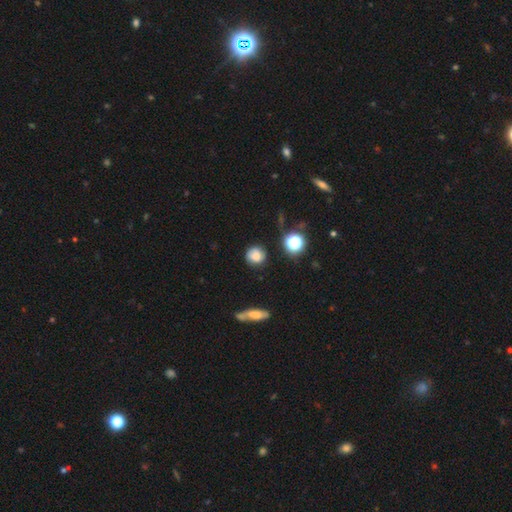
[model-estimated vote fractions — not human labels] Smooth or featured?
  - smooth: 76% *
  - star or artifact: 13%
  - featured or disk: 11%
How rounded?
  - round: 85% *
  - in between: 13%
  - cigar-shaped: 1%
Merging?
  - none: 79% *
  - minor disturbance: 14%
  - major disturbance: 4%
  - merger: 3%